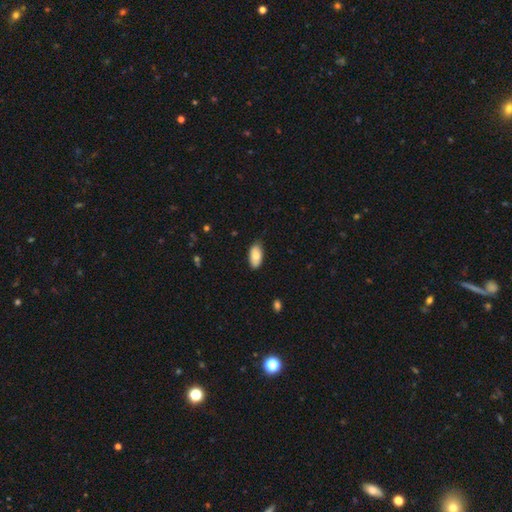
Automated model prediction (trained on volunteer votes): This is likely a smooth galaxy (77%). How rounded: clearly in between (93%). Merging: clearly none (80%).